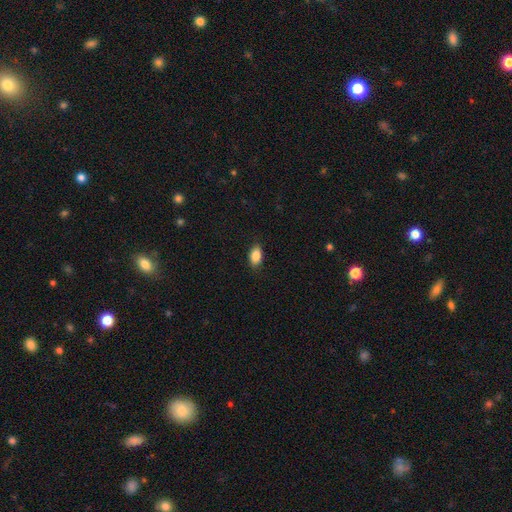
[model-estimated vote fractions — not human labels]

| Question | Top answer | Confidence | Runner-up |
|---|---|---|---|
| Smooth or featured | smooth | 87% | star or artifact (7%) |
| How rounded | in between | 90% | round (7%) |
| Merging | none | 86% | minor disturbance (11%) |